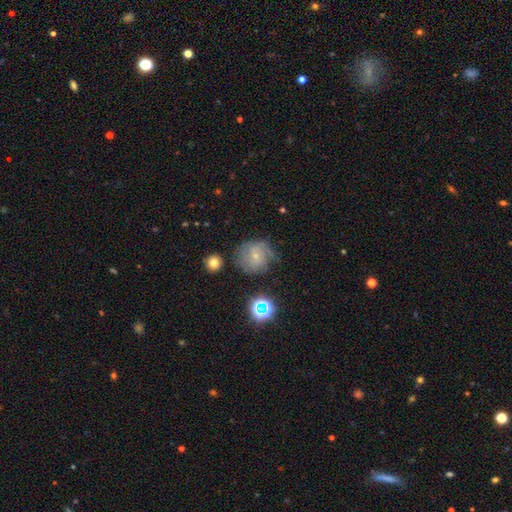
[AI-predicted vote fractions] featured or disk 47%, smooth 39%, star or artifact 14%. Down the decision tree: merging — none (56%).